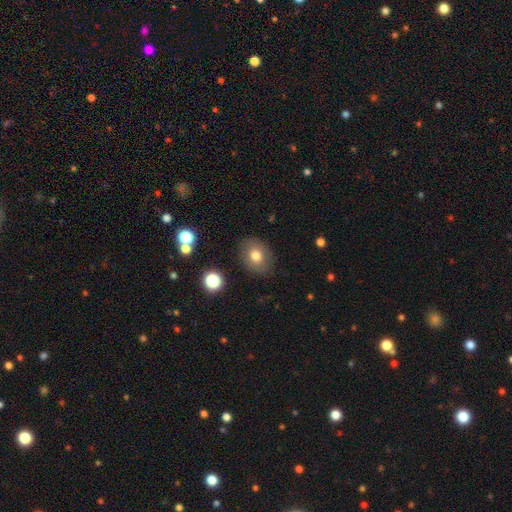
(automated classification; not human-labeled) smooth 75%, featured or disk 15%, star or artifact 11%. Down the decision tree: how rounded — round (53%); merging — none (85%).